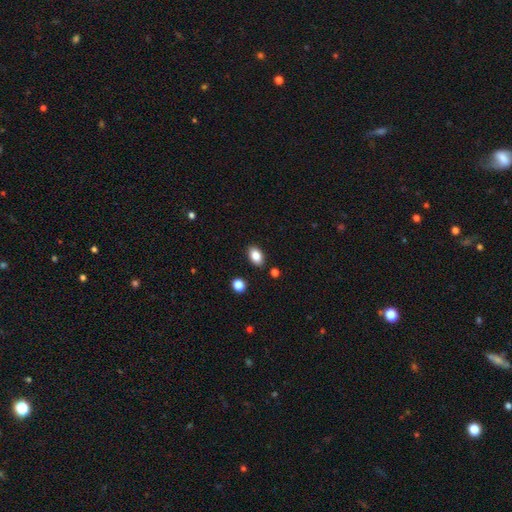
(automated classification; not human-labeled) smooth-or-featured: smooth: 86% | star or artifact: 8% | featured or disk: 6%
  how-rounded: in between: 88% | round: 11% | cigar-shaped: 1%
  merging: none: 87% | minor disturbance: 9% | merger: 3% | major disturbance: 2%